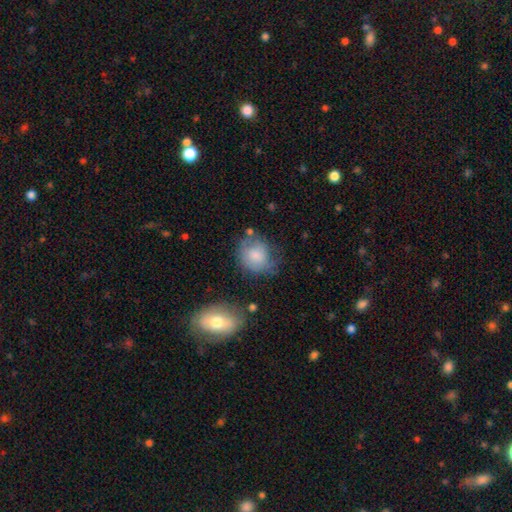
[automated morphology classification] smooth_or_featured: smooth (p=0.71) [alt: featured or disk p=0.21]
how_rounded: round (p=0.68) [alt: in between p=0.31]
merging: none (p=0.49) [alt: minor disturbance p=0.29]